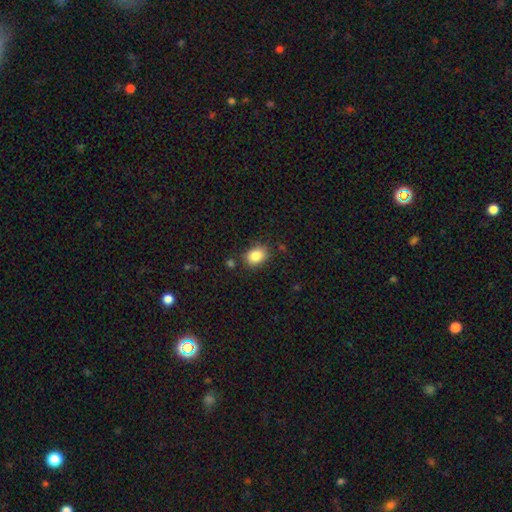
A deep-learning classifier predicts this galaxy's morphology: The model was most divided on "how rounded": in between: 63%, round: 36%, cigar-shaped: 1%. More confident: smooth or featured — smooth (85%); merging — none (79%).